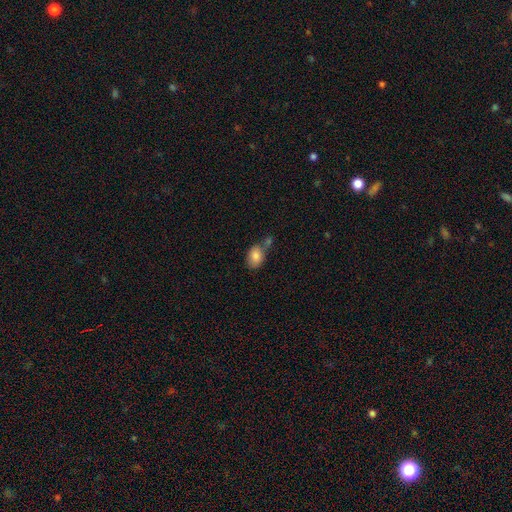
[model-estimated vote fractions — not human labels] A smooth galaxy with no disk features (83%) that is in between round and cigar-shaped (80%). Merging: none (47%).